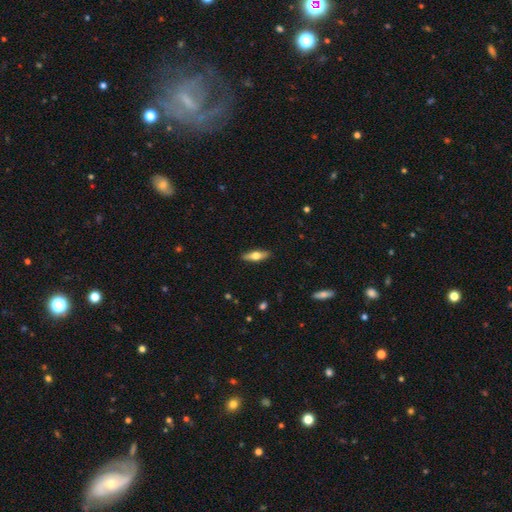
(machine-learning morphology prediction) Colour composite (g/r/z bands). It shows a smooth galaxy with no disk features (51%) that is cigar-shaped (53%). Merging: none (89%).